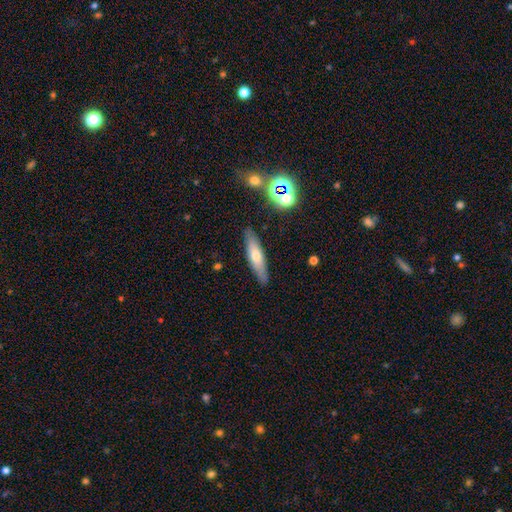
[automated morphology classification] The model was most divided on "smooth or featured": smooth: 55%, featured or disk: 37%, star or artifact: 8%. More confident: merging — none (86%); how rounded — cigar-shaped (73%).